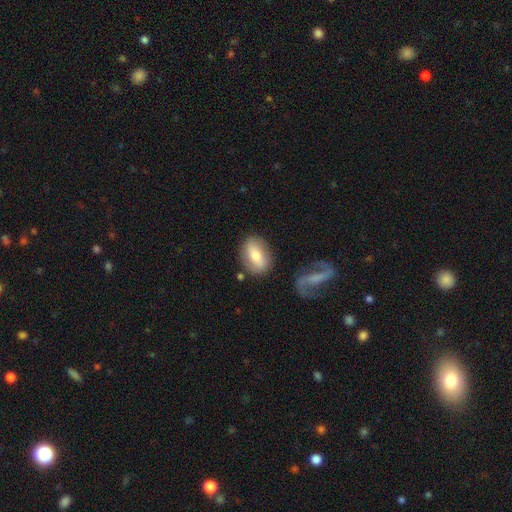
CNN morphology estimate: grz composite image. It shows a smooth galaxy with no disk features (63%) that is in between round and cigar-shaped (79%). Merging: none (77%).